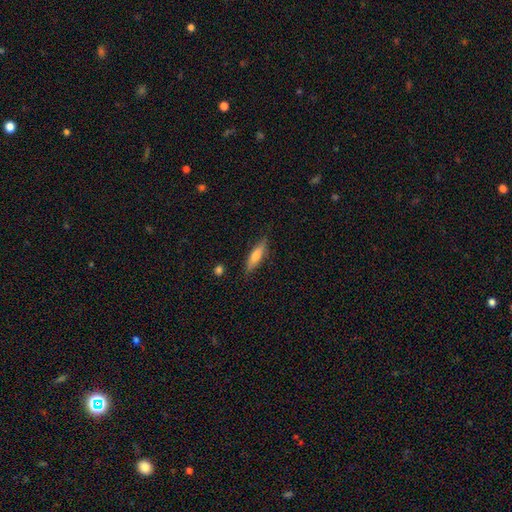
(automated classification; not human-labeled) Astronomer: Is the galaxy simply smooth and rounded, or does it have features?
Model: smooth — 62%.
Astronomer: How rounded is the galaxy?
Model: cigar-shaped — 68%.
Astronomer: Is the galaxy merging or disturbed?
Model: none — 84%.